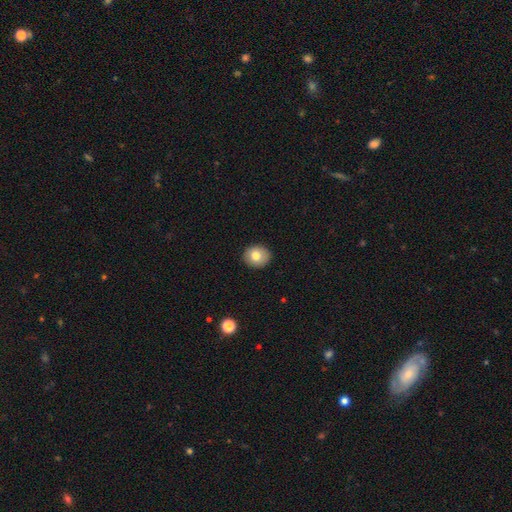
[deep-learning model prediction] Morphology: type=smooth (77%); roundness=round (73%); merging=none (89%).